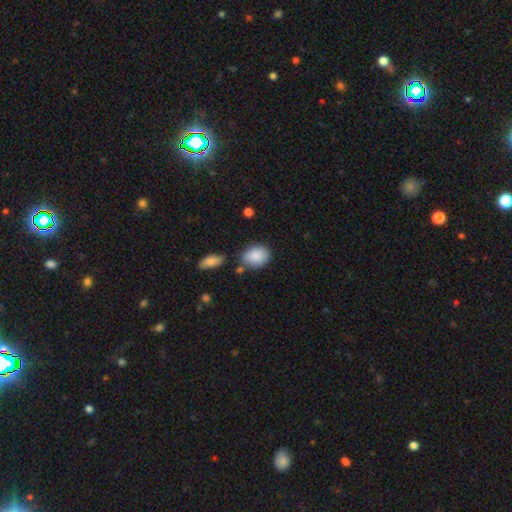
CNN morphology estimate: Smooth or featured?
  - smooth: 86% *
  - star or artifact: 7%
  - featured or disk: 7%
How rounded?
  - in between: 69% *
  - round: 30%
  - cigar-shaped: 1%
Merging?
  - none: 70% *
  - minor disturbance: 17%
  - merger: 9%
  - major disturbance: 4%